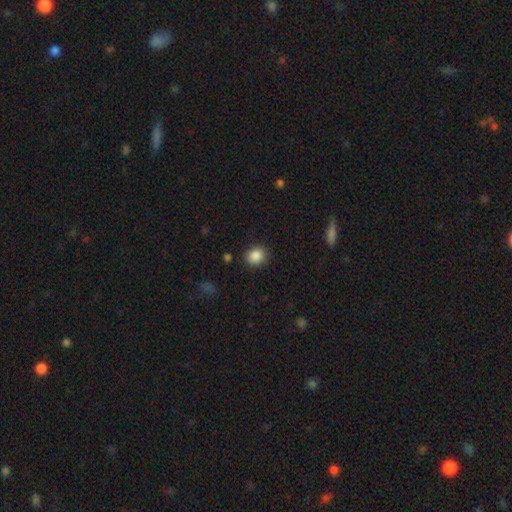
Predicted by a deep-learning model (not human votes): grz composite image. It shows a smooth galaxy with no disk features (86%) that is round (68%). Merging: none (87%).